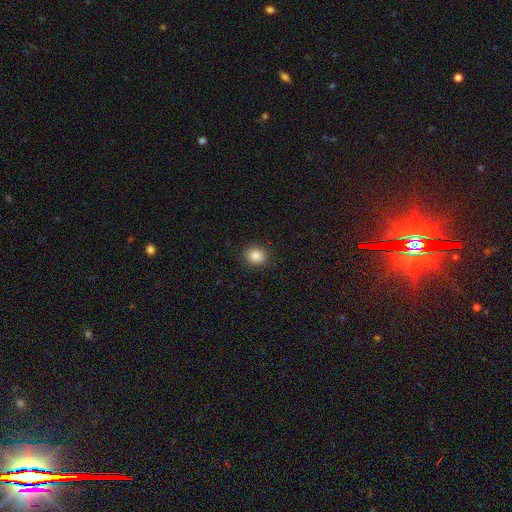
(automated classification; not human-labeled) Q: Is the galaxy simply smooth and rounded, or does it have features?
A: smooth — 86%.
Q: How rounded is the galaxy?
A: round — 66%.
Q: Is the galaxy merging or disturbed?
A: none — 90%.